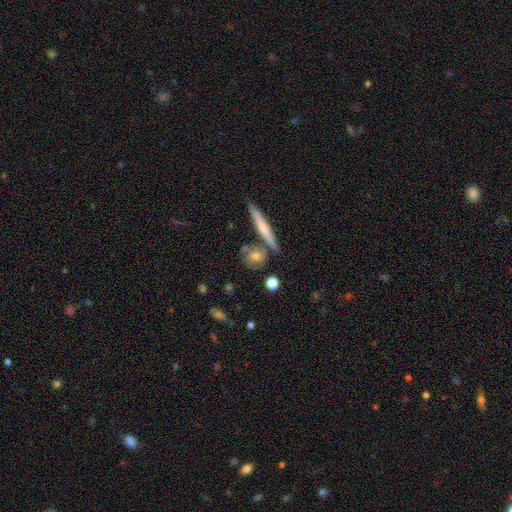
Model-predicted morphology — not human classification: Smooth or featured?
  - smooth: 63% *
  - featured or disk: 28%
  - star or artifact: 9%
How rounded?
  - round: 58% *
  - in between: 23%
  - cigar-shaped: 19%
Merging?
  - none: 70% *
  - merger: 14%
  - minor disturbance: 13%
  - major disturbance: 4%